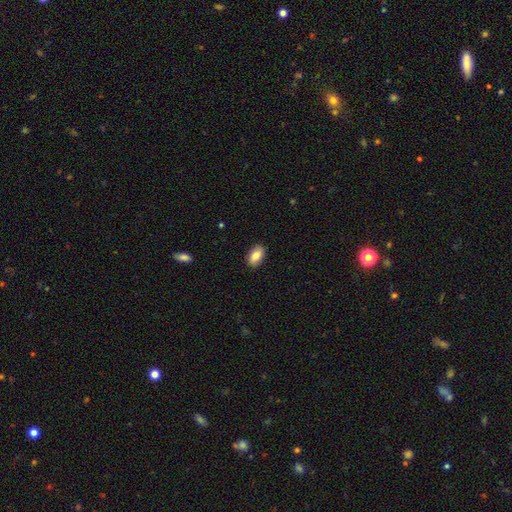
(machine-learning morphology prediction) A smooth galaxy with no disk features (83%) that is in between round and cigar-shaped (91%).

Vote fractions:
- Smooth or featured? smooth: 83% / featured or disk: 10% / star or artifact: 7%
- How rounded? in between: 91% / round: 6% / cigar-shaped: 3%
- Merging? none: 89% / minor disturbance: 8% / major disturbance: 2% / merger: 1%